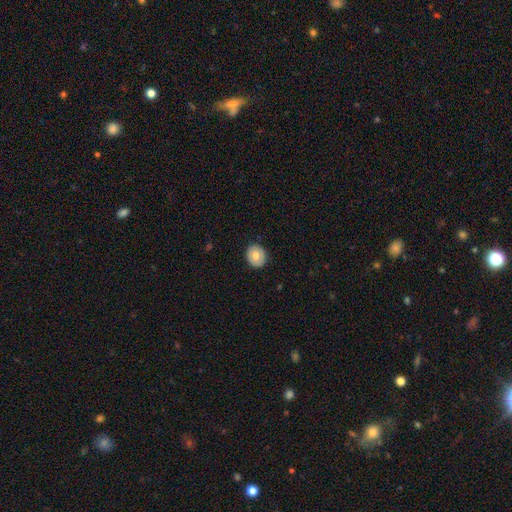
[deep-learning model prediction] smooth 68%, featured or disk 25%, star or artifact 7%. Down the decision tree: how rounded — round (74%); merging — none (89%).